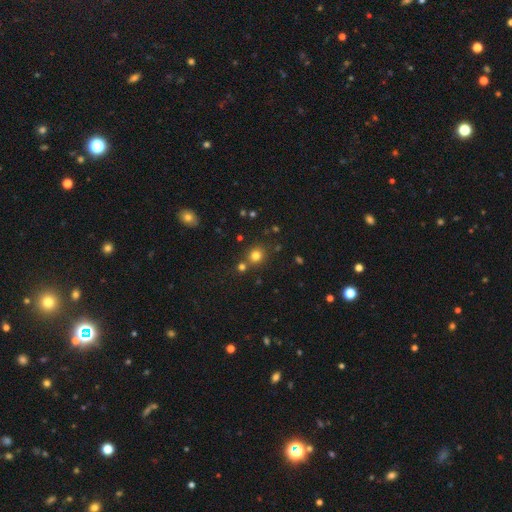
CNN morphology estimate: Smooth or featured? smooth (77%)
How rounded? round (85%)
Merging? none (73%)